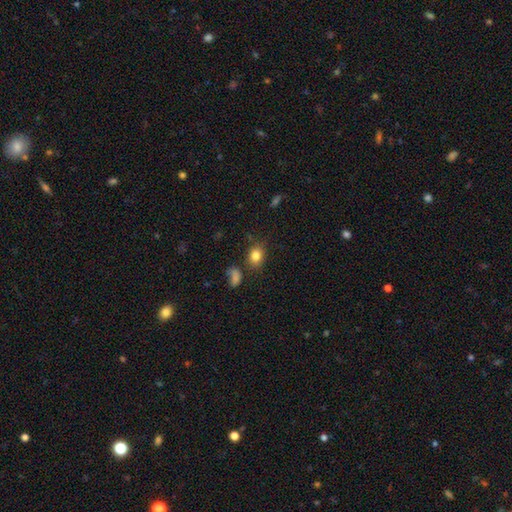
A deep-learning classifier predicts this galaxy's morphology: Smooth or featured? Predicted: smooth (p=0.82). How rounded? Predicted: in between (p=0.60). Merging? Predicted: none (p=0.77).